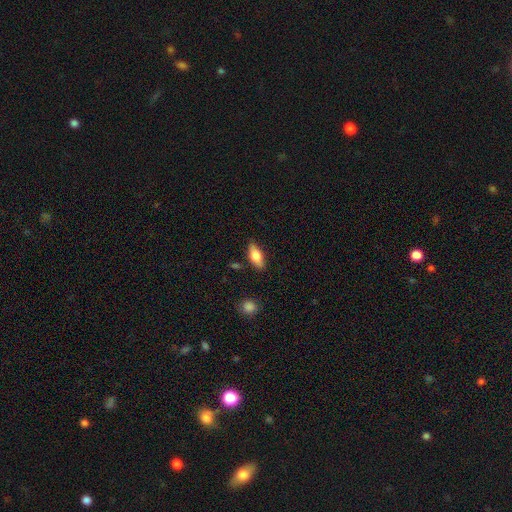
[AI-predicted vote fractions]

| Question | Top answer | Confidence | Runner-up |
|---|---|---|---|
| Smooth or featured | smooth | 74% | featured or disk (20%) |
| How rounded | in between | 81% | cigar-shaped (16%) |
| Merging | none | 83% | minor disturbance (12%) |